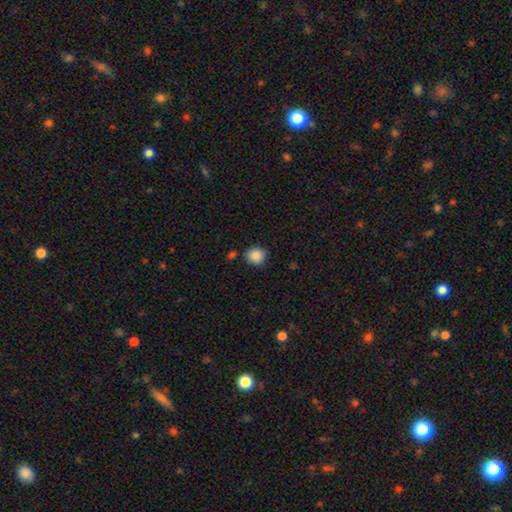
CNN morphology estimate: Smooth or featured: smooth — 88% (star or artifact — 9%)
How rounded: round — 86% (in between — 13%)
Merging: none — 81% (minor disturbance — 11%)